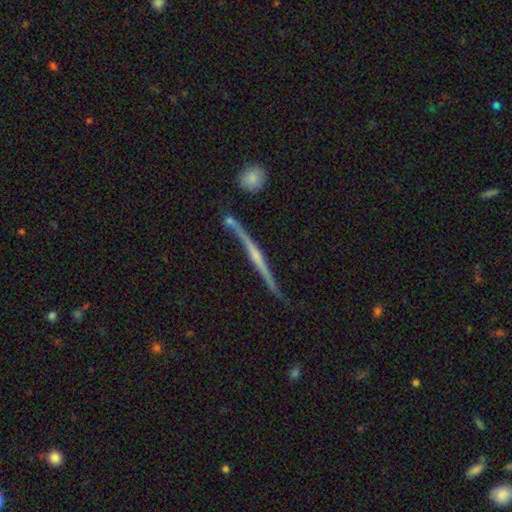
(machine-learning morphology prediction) Smooth or featured? Predicted: featured or disk (p=0.82). Edge-on disk? Predicted: yes (p=0.98). Edge-on bulge? Predicted: rounded (p=0.63). Merging? Predicted: none (p=0.82).